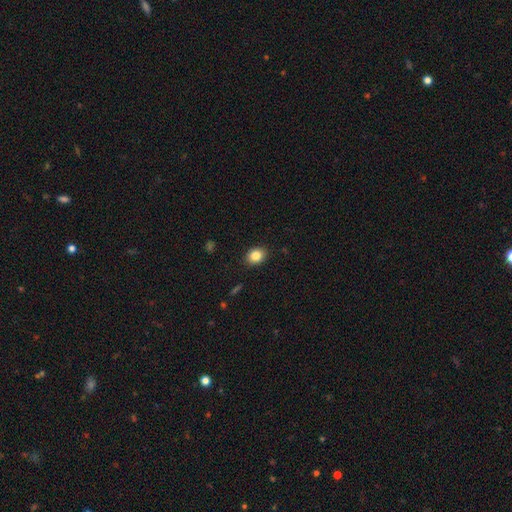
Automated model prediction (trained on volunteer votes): Smooth or featured: smooth — 84% (star or artifact — 9%)
How rounded: in between — 57% (round — 42%)
Merging: none — 89% (minor disturbance — 8%)